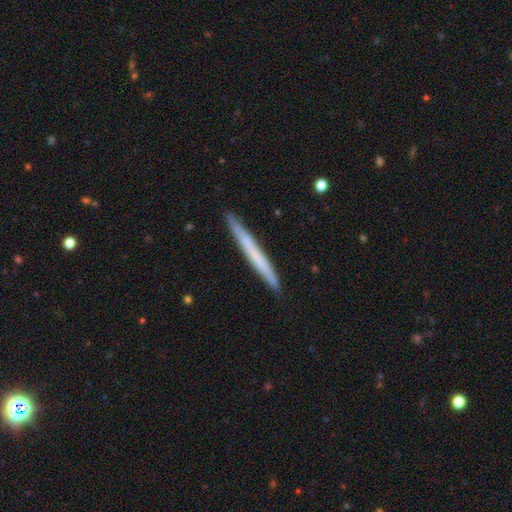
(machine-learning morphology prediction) This appears to be a smooth galaxy with no disk features (54%) that is cigar-shaped (97%). Merging: none (89%).